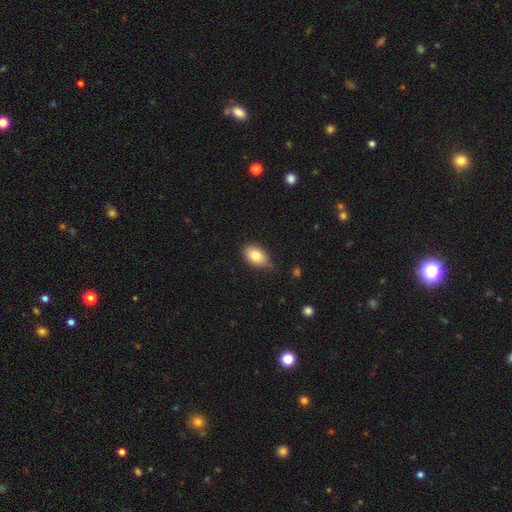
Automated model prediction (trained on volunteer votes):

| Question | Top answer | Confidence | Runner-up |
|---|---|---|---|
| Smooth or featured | smooth | 81% | featured or disk (11%) |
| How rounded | in between | 83% | round (15%) |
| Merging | none | 74% | minor disturbance (21%) |